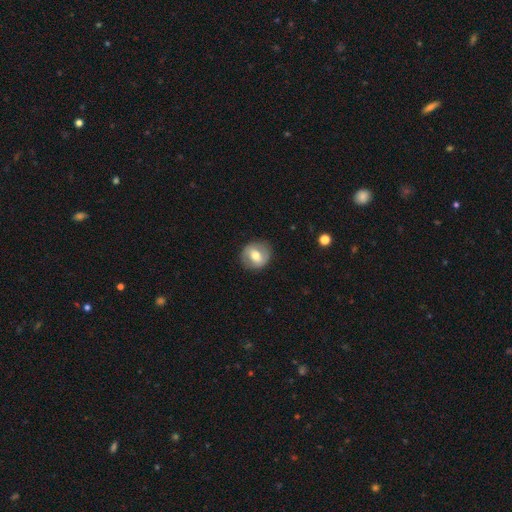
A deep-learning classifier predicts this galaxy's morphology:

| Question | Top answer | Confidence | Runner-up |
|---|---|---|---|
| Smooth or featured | smooth | 49% | featured or disk (44%) |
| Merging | none | 85% | minor disturbance (10%) |